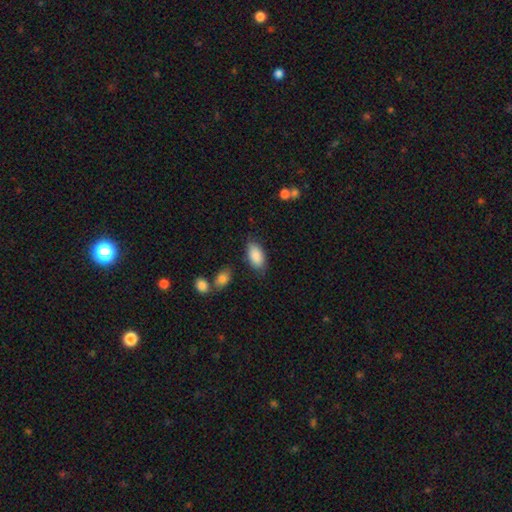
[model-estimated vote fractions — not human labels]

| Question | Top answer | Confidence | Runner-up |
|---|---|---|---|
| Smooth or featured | smooth | 88% | star or artifact (7%) |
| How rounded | in between | 94% | round (3%) |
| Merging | none | 78% | minor disturbance (16%) |